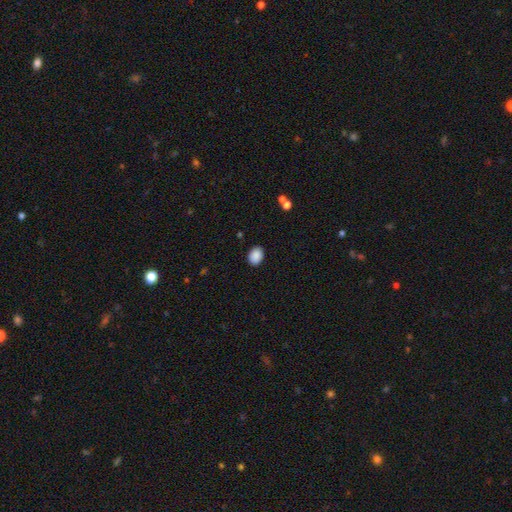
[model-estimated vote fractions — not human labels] Q: Smooth or featured?
A: smooth (89%); runner-up: star or artifact (8%)
Q: How rounded?
A: in between (69%); runner-up: round (30%)
Q: Merging?
A: none (89%); runner-up: minor disturbance (8%)